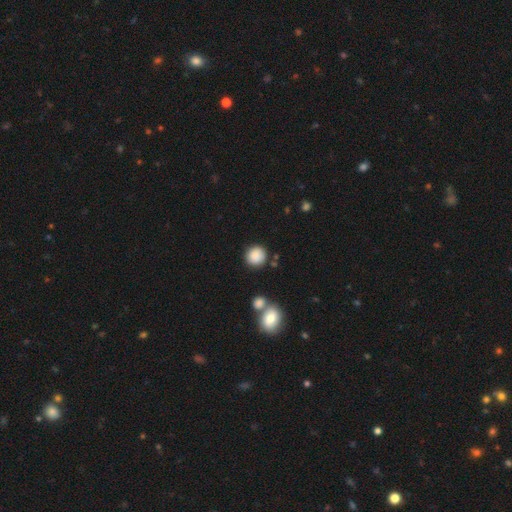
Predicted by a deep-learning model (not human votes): This is clearly a smooth galaxy (85%). How rounded: clearly round (92%). Merging: clearly none (81%).